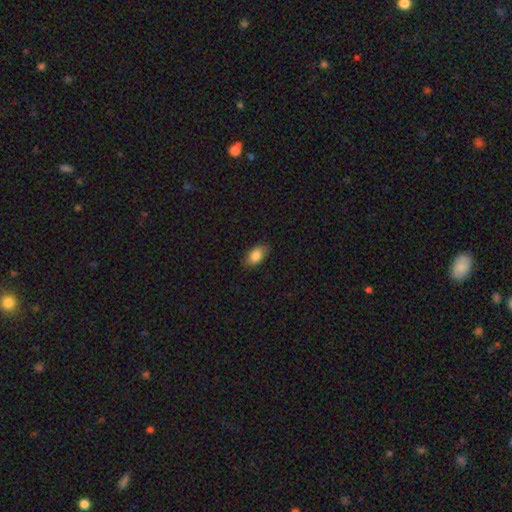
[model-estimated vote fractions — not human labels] smooth 85%, featured or disk 8%, star or artifact 7%. Down the decision tree: how rounded — in between (91%); merging — none (84%).